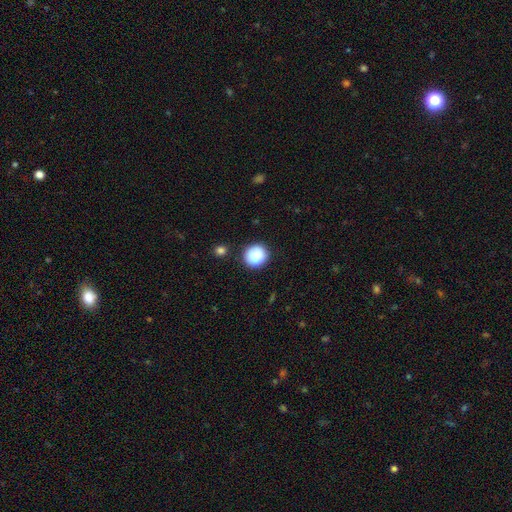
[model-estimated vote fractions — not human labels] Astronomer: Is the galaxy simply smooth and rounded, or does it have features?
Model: smooth — 87%.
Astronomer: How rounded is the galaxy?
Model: round — 90%.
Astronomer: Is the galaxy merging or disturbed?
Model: none — 84%.